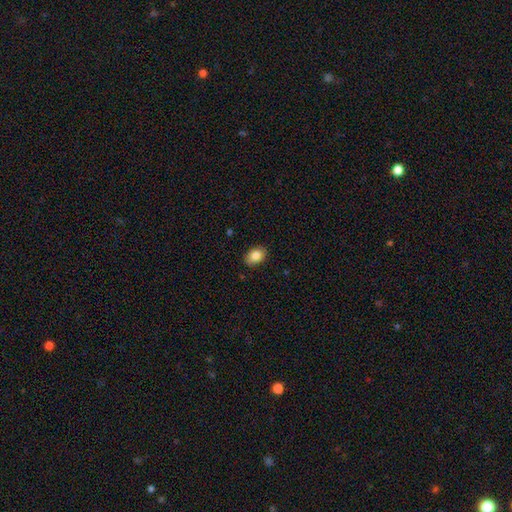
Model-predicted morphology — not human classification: Smooth or featured? smooth (85%)
How rounded? in between (80%)
Merging? none (86%)